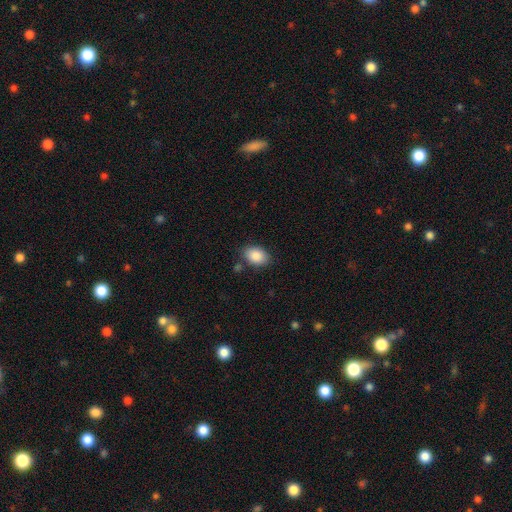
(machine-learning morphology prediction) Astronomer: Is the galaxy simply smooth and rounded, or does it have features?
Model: smooth — 87%.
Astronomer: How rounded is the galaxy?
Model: in between — 81%.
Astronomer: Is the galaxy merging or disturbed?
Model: none — 80%.